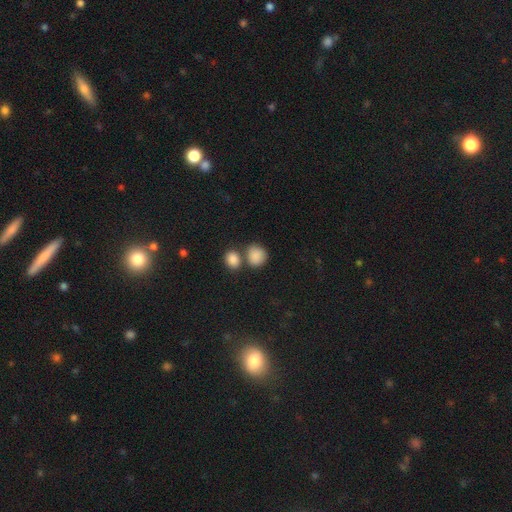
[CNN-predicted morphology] A smooth galaxy with no disk features (87%) that is round (70%). Merging: none (52%).